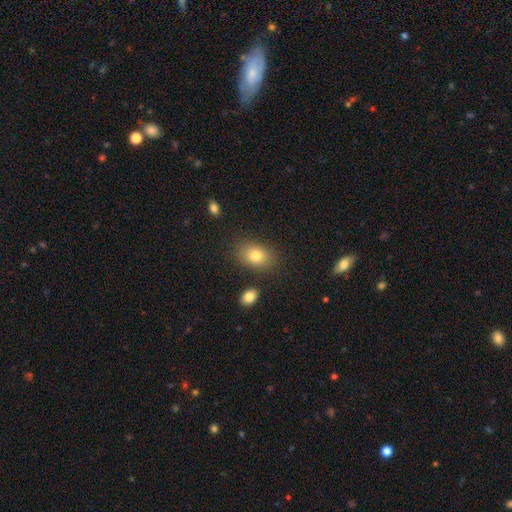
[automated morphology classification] A smooth galaxy with no disk features (81%) that is in between round and cigar-shaped (75%). Merging: none (82%).